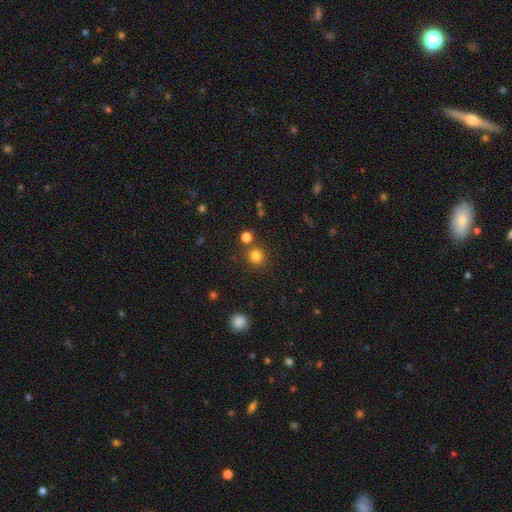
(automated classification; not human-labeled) This is clearly a smooth galaxy (80%). How rounded: clearly round (92%). Merging: likely none (80%).